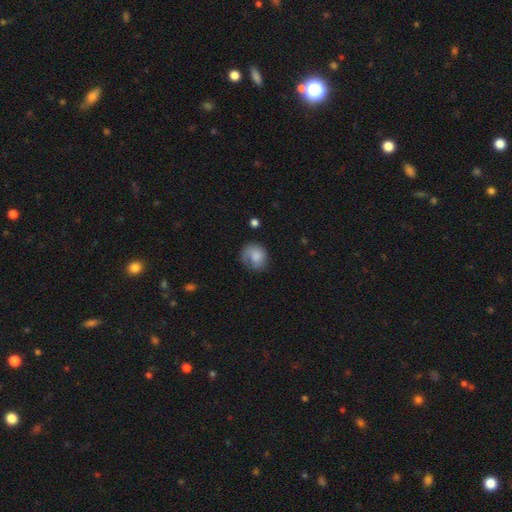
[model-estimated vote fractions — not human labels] Smooth or featured? Predicted: smooth (p=0.71). How rounded? Predicted: round (p=0.70). Merging? Predicted: none (p=0.52).